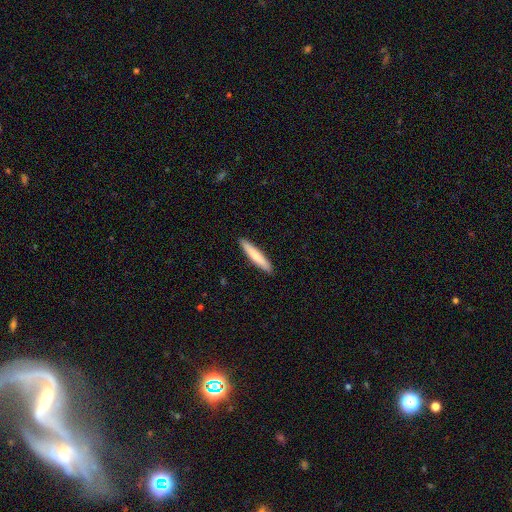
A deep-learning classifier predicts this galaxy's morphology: Overall: smooth (75%). How rounded: cigar-shaped (92%). Merging: none (92%).